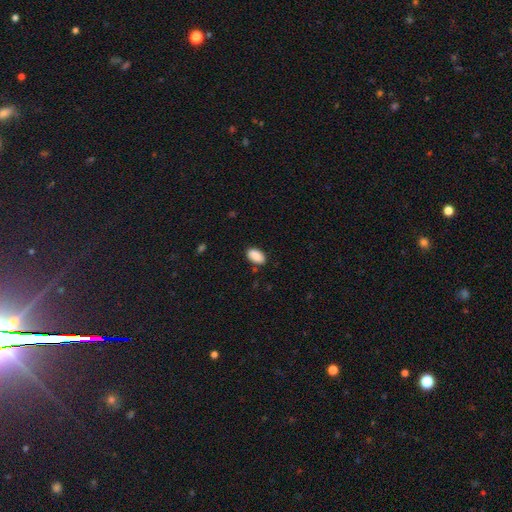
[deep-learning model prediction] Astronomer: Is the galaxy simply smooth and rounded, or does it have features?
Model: smooth — 89%.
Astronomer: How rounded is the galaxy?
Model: in between — 93%.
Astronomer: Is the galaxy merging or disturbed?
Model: none — 84%.